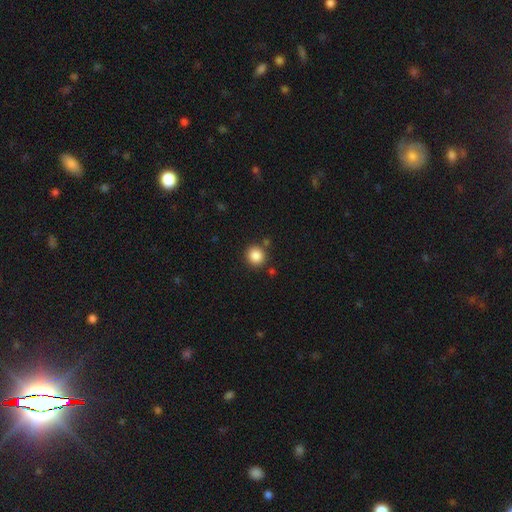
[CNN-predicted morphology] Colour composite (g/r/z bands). It shows a smooth galaxy with no disk features (87%) that is round (89%). Merging: none (85%).